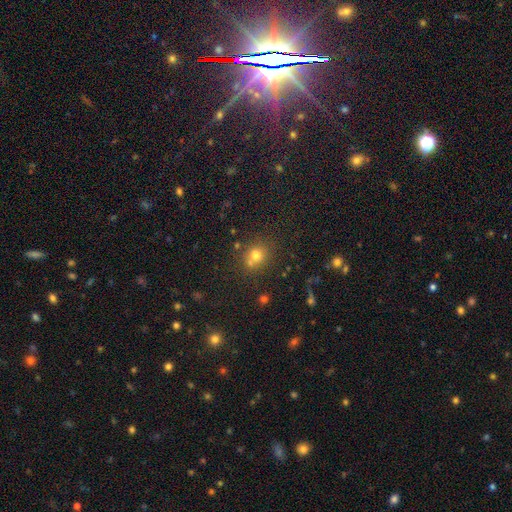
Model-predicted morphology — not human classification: smooth_or_featured: smooth (p=0.70) [alt: star or artifact p=0.20]
how_rounded: round (p=0.78) [alt: in between p=0.21]
merging: none (p=0.63) [alt: merger p=0.22]